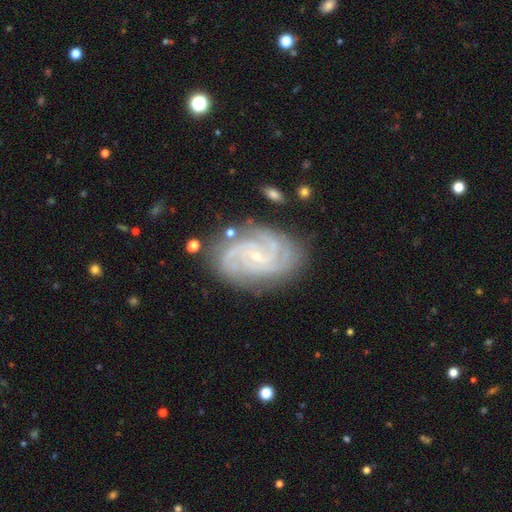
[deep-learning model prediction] A featured or disk galaxy (90%) with no bar (61%), 3 (29%) tight (64%) spiral arms (98%) and a small central bulge (85%). Merging: none (79%).